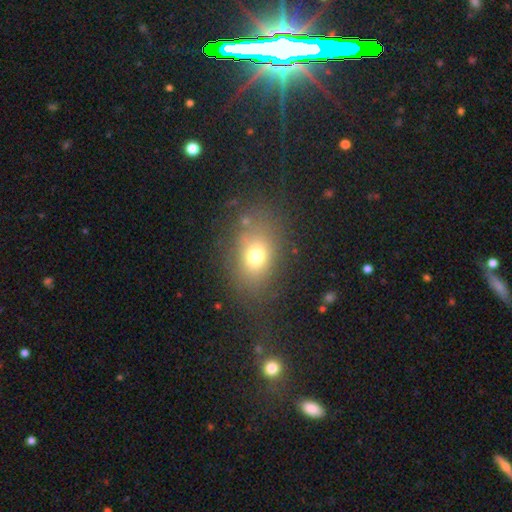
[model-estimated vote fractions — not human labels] Smooth or featured? Predicted: smooth (p=0.70). How rounded? Predicted: in between (p=0.65). Merging? Predicted: none (p=0.75).